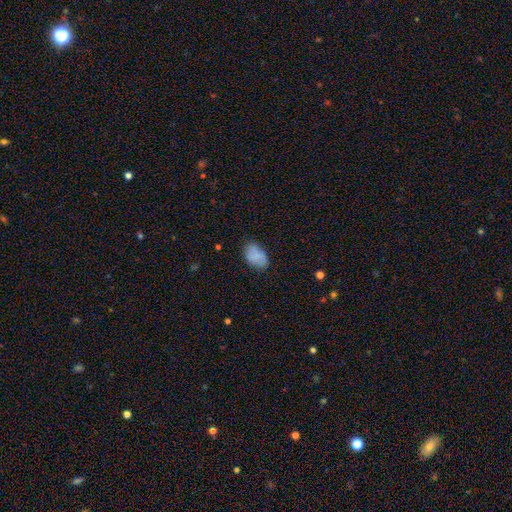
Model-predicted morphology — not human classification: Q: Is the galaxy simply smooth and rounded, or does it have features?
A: smooth — 80%.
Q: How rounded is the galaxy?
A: in between — 90%.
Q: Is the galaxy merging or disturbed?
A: none — 72%.